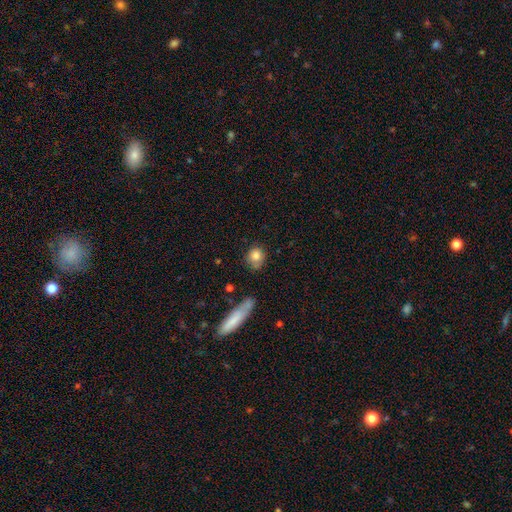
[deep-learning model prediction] The model was most divided on "merging": none: 63%, minor disturbance: 25%, major disturbance: 7%, merger: 5%. More confident: smooth or featured — smooth (81%); how rounded — round (74%).